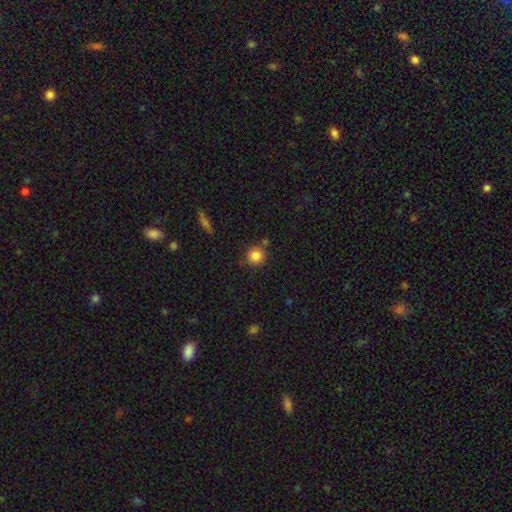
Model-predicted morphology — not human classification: type=smooth (85%); roundness=round (93%); merging=none (78%).